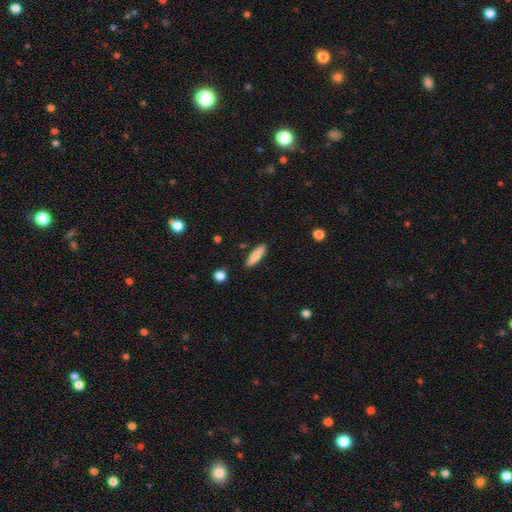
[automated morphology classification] smooth 80%, featured or disk 14%, star or artifact 6%. Down the decision tree: how rounded — cigar-shaped (67%); merging — none (88%).